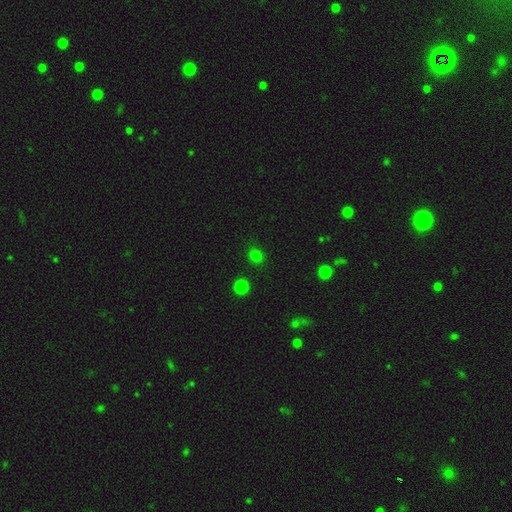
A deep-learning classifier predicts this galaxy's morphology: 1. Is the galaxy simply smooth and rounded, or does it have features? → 77% smooth, 19% star or artifact, 4% featured or disk.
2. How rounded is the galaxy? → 82% round, 17% in between, 1% cigar-shaped.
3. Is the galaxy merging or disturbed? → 88% none, 7% minor disturbance, 2% major disturbance, 2% merger.